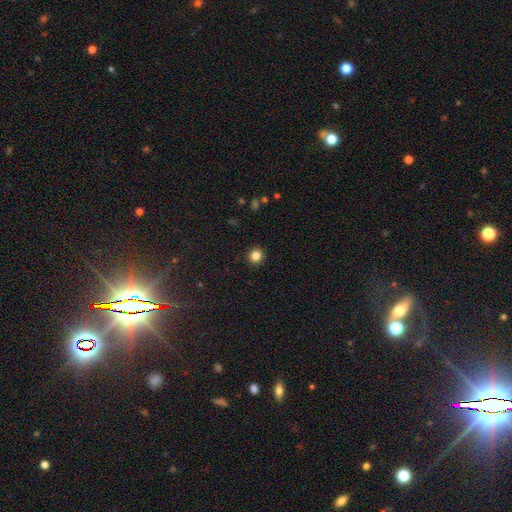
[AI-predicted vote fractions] Overall: smooth (84%). How rounded: round (91%). Merging: none (92%).